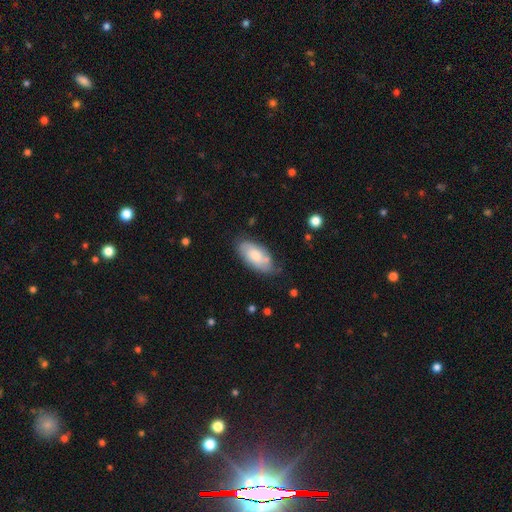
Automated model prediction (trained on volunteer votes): A smooth galaxy with no disk features (60%) that is in between round and cigar-shaped (93%).

Vote fractions:
- Smooth or featured? smooth: 60% / featured or disk: 34% / star or artifact: 6%
- How rounded? in between: 93% / cigar-shaped: 4% / round: 3%
- Merging? none: 67% / minor disturbance: 24% / major disturbance: 6% / merger: 3%